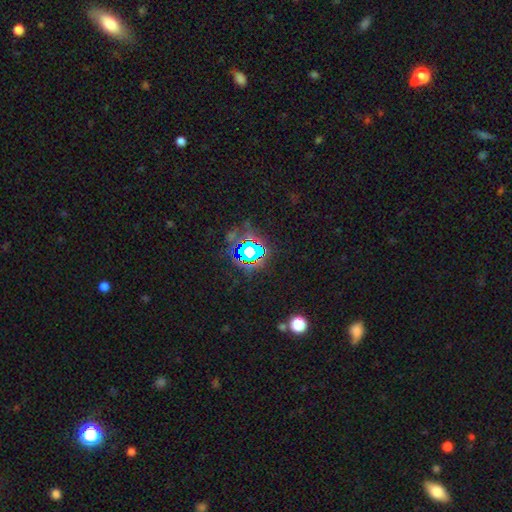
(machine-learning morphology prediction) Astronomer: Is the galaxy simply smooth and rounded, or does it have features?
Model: star or artifact — 75%.